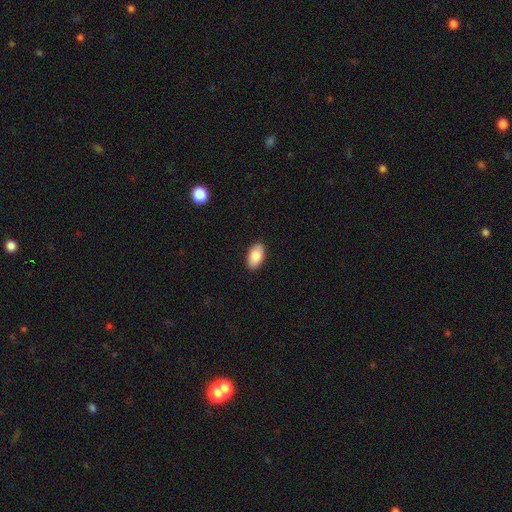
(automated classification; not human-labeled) The model was most divided on "smooth or featured": smooth: 85%, featured or disk: 8%, star or artifact: 6%. More confident: how rounded — in between (94%); merging — none (90%).